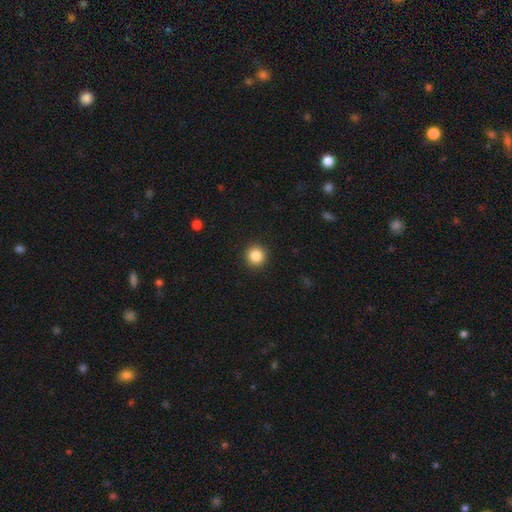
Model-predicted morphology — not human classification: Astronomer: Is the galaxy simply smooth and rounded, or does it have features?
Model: smooth — 86%.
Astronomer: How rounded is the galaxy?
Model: round — 95%.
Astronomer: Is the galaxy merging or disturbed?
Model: none — 92%.